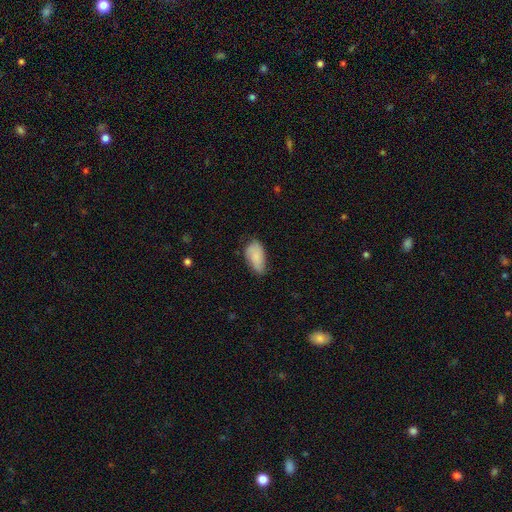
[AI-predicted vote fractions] Morphology: type=smooth (78%); roundness=in between (92%); merging=none (56%).